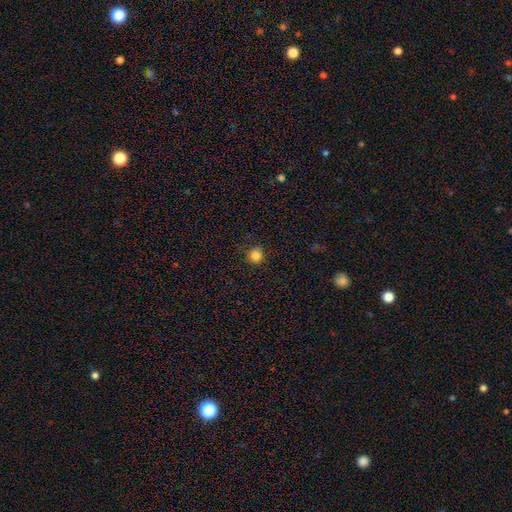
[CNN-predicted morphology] smooth 84%, star or artifact 12%, featured or disk 4%. Down the decision tree: how rounded — round (93%); merging — none (88%).